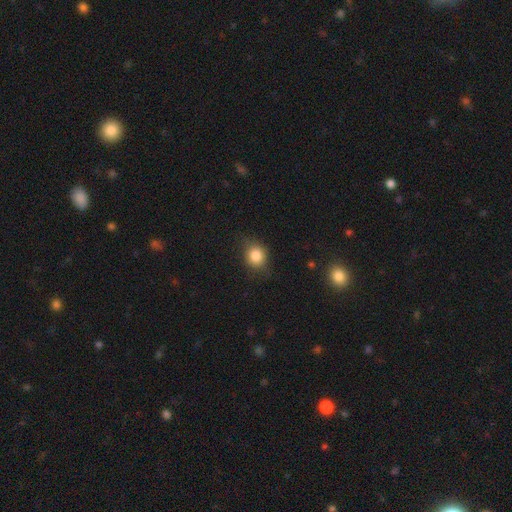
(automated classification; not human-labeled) The model was most divided on "how rounded": round: 70%, in between: 29%, cigar-shaped: 1%. More confident: smooth or featured — smooth (83%); merging — none (74%).